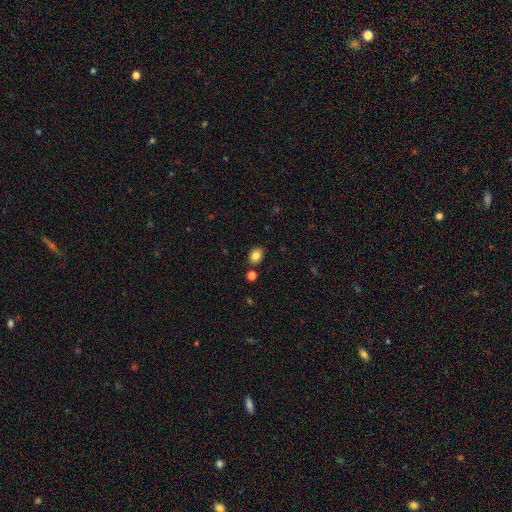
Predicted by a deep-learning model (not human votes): Morphology: type=smooth (84%); roundness=in between (63%); merging=none (82%).